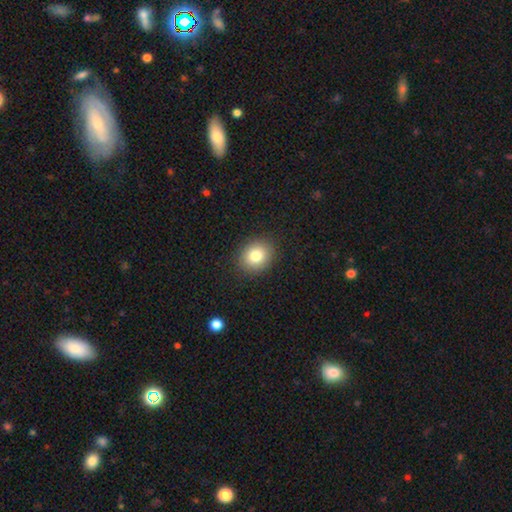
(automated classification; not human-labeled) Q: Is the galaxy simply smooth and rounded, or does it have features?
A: smooth — 81%.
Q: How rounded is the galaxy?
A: round — 64%.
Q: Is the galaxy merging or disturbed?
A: none — 89%.